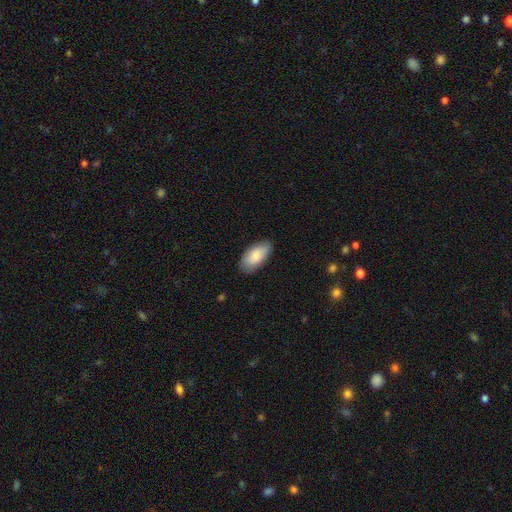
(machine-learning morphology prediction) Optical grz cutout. It shows a smooth galaxy with no disk features (82%) that is in between round and cigar-shaped (94%). Merging: none (82%).